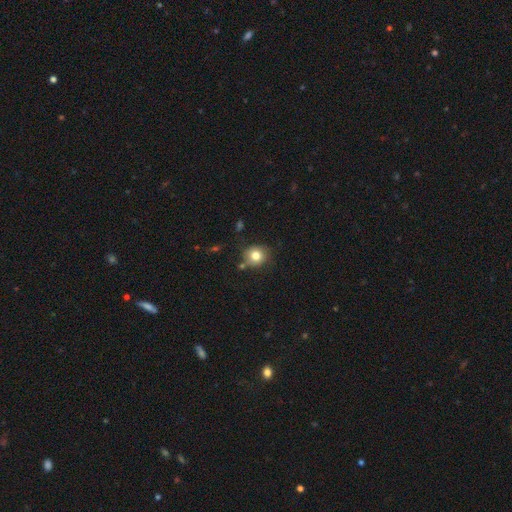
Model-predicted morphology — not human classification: smooth-or-featured: smooth: 81% | star or artifact: 11% | featured or disk: 8%
  how-rounded: round: 85% | in between: 14% | cigar-shaped: 1%
  merging: none: 76% | minor disturbance: 14% | merger: 6% | major disturbance: 4%